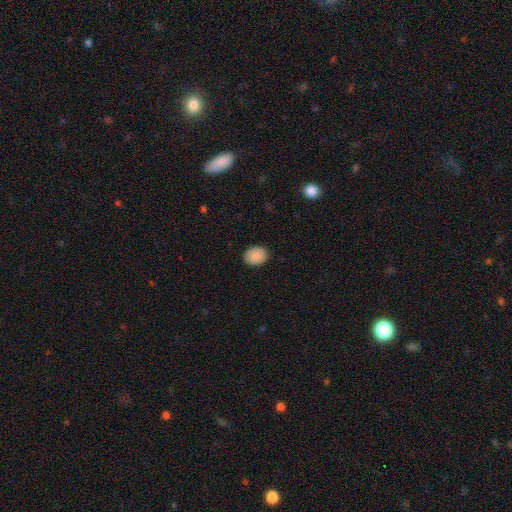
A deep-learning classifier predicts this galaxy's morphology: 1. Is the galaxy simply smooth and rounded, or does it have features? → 89% smooth, 7% star or artifact, 3% featured or disk.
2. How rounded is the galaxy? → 56% round, 43% in between, 1% cigar-shaped.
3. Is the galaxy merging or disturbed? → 89% none, 8% minor disturbance, 2% major disturbance, 1% merger.